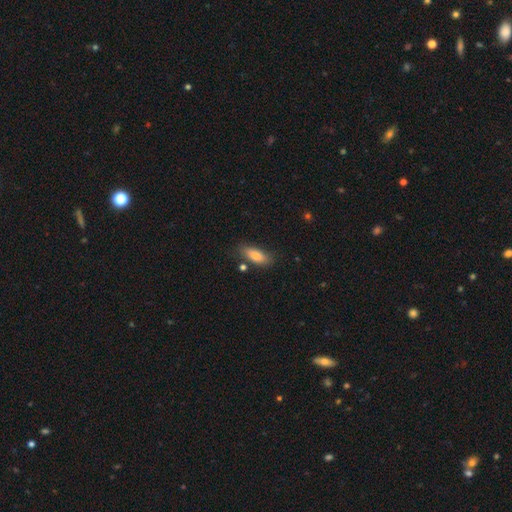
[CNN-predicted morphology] This appears to be a smooth galaxy with no disk features (83%) that is in between round and cigar-shaped (73%). Merging: none (75%).